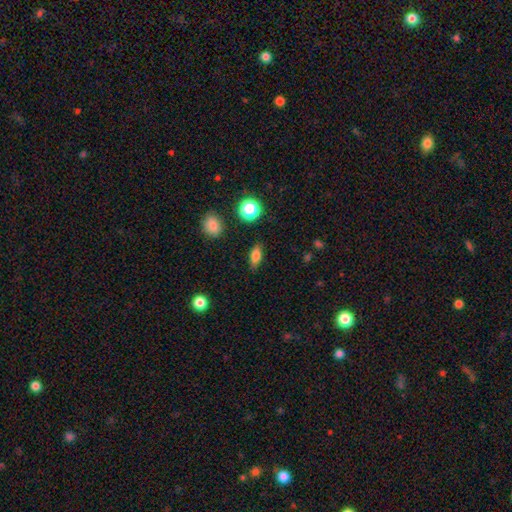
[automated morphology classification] Smooth or featured? Predicted: smooth (p=0.79). How rounded? Predicted: in between (p=0.75). Merging? Predicted: none (p=0.85).